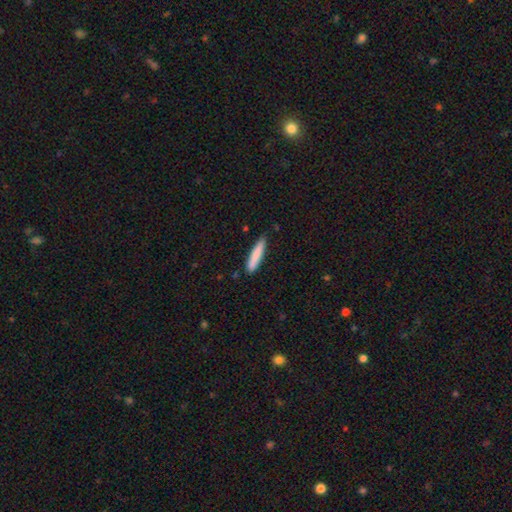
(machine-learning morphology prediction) Q: Smooth or featured?
A: smooth (82%); runner-up: featured or disk (12%)
Q: How rounded?
A: cigar-shaped (89%); runner-up: in between (9%)
Q: Merging?
A: none (83%); runner-up: minor disturbance (13%)